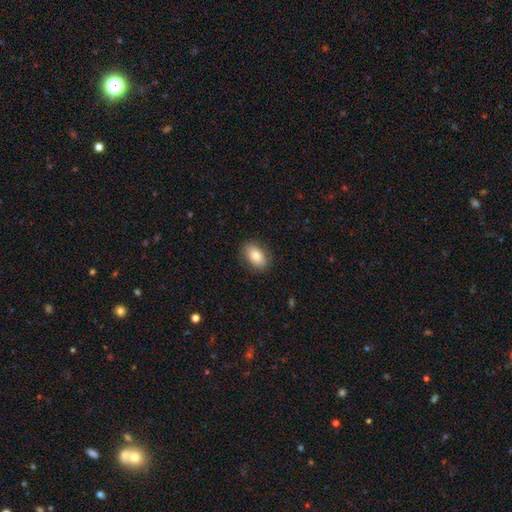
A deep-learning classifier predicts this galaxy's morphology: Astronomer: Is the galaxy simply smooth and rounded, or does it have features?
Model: smooth — 83%.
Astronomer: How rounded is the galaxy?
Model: in between — 88%.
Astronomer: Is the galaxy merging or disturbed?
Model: none — 86%.